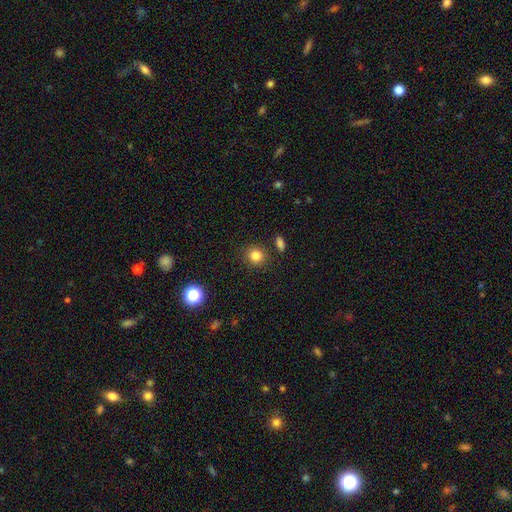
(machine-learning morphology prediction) A smooth galaxy with no disk features (83%) that is round (86%).

Vote fractions:
- Smooth or featured? smooth: 83% / star or artifact: 12% / featured or disk: 5%
- How rounded? round: 86% / in between: 13% / cigar-shaped: 1%
- Merging? none: 85% / minor disturbance: 8% / merger: 3% / major disturbance: 3%